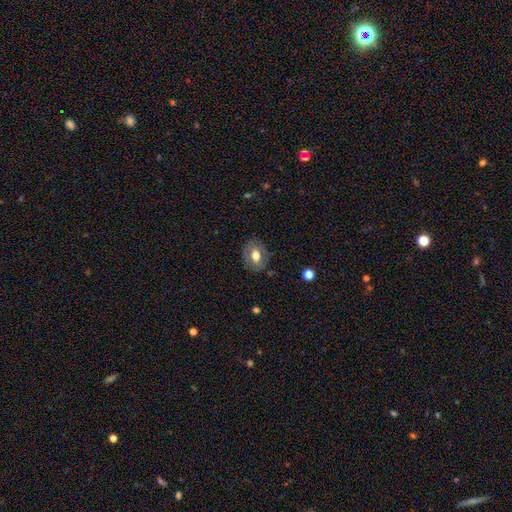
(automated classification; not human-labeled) This is possibly a smooth galaxy (56%). How rounded: likely in between (61%). Merging: likely none (79%).